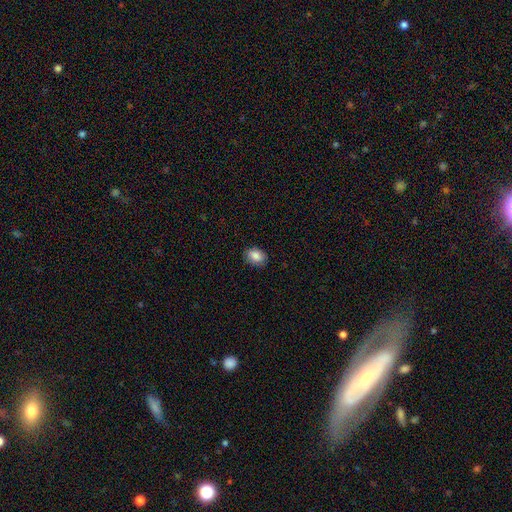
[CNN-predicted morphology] smooth-or-featured: smooth: 86% | star or artifact: 8% | featured or disk: 6%
  how-rounded: in between: 71% | round: 28% | cigar-shaped: 1%
  merging: none: 85% | minor disturbance: 12% | major disturbance: 2% | merger: 1%